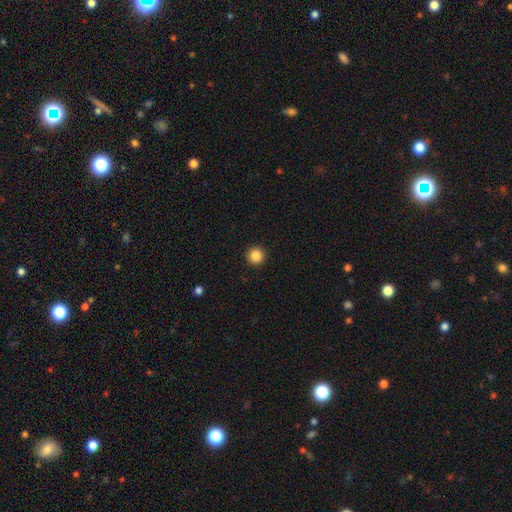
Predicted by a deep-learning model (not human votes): Q: Smooth or featured?
A: smooth (86%); runner-up: star or artifact (10%)
Q: How rounded?
A: round (96%); runner-up: in between (3%)
Q: Merging?
A: none (94%); runner-up: minor disturbance (4%)